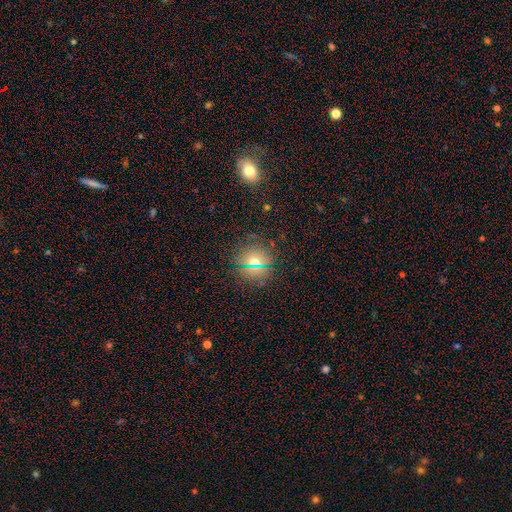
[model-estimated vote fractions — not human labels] Smooth or featured: smooth — 52% (star or artifact — 35%)
How rounded: round — 89% (in between — 10%)
Merging: none — 84% (minor disturbance — 8%)